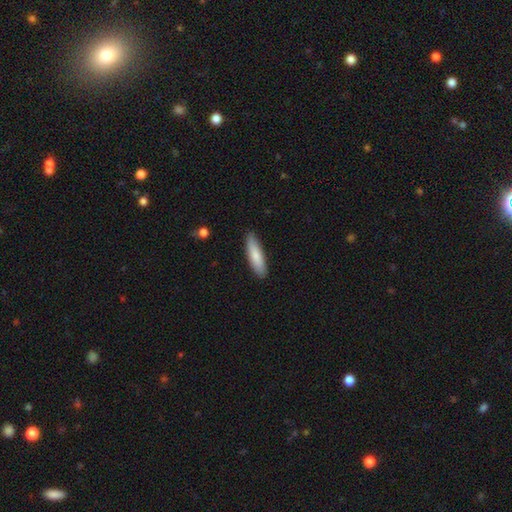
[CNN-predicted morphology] type=smooth (80%); roundness=cigar-shaped (69%); merging=none (87%).